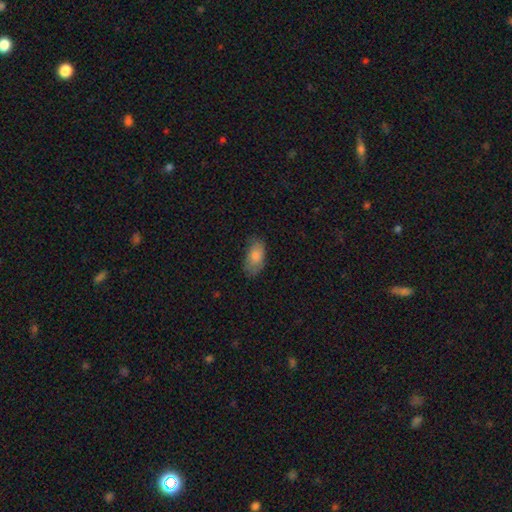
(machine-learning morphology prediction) Q: Smooth or featured?
A: smooth (82%); runner-up: featured or disk (11%)
Q: How rounded?
A: in between (93%); runner-up: cigar-shaped (4%)
Q: Merging?
A: none (72%); runner-up: minor disturbance (22%)